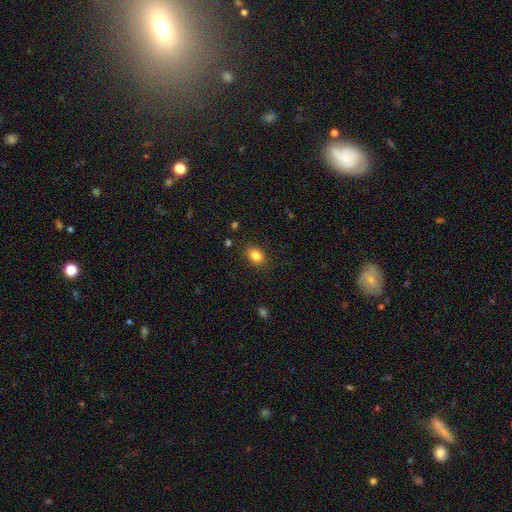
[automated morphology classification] smooth-or-featured: smooth: 84% | star or artifact: 10% | featured or disk: 6%
  how-rounded: in between: 75% | round: 23% | cigar-shaped: 1%
  merging: none: 86% | minor disturbance: 10% | major disturbance: 3% | merger: 1%